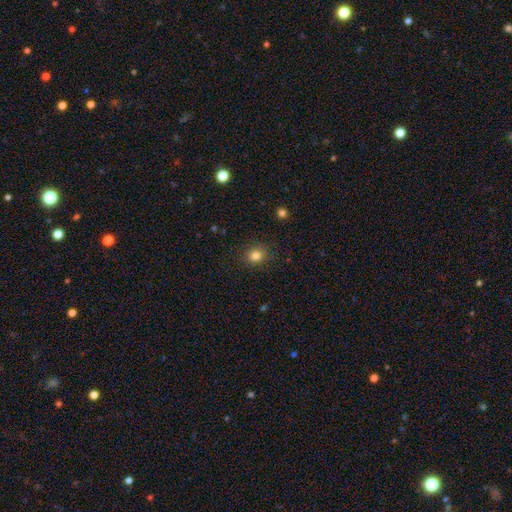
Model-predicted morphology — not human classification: Smooth or featured?
  - smooth: 81% *
  - star or artifact: 13%
  - featured or disk: 6%
How rounded?
  - round: 75% *
  - in between: 24%
  - cigar-shaped: 1%
Merging?
  - none: 86% *
  - minor disturbance: 10%
  - major disturbance: 3%
  - merger: 1%